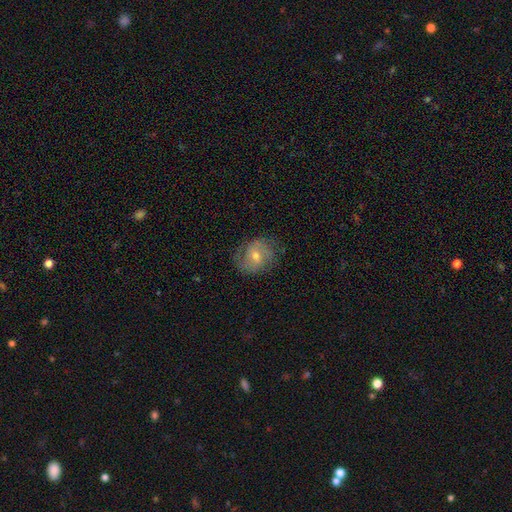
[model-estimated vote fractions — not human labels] Q: Smooth or featured?
A: featured or disk (69%); runner-up: smooth (23%)
Q: Edge-on disk?
A: no (97%); runner-up: yes (3%)
Q: Bar?
A: no (47%); runner-up: weak (43%)
Q: Spiral arms?
A: yes (89%); runner-up: no (11%)
Q: Spiral winding?
A: medium (44%); runner-up: tight (37%)
Q: Spiral arm count?
A: 2 (59%); runner-up: can't tell (21%)
Q: Bulge size?
A: moderate (52%); runner-up: small (44%)
Q: Merging?
A: none (75%); runner-up: minor disturbance (17%)